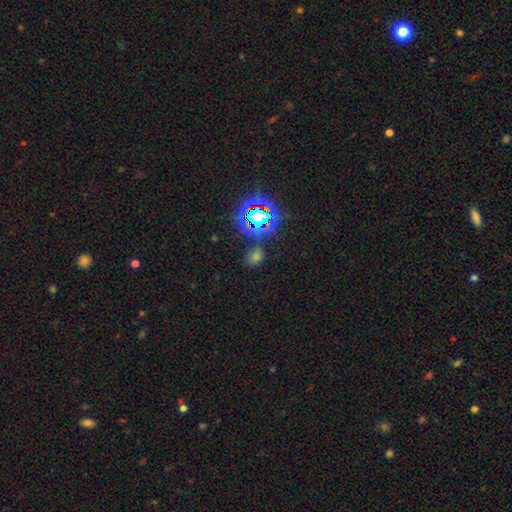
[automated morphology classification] Overall: smooth (47%; star or artifact 46%). Merging: none (79%).